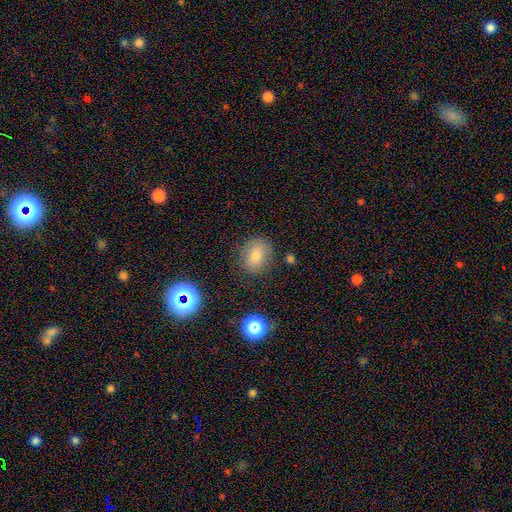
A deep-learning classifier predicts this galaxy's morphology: Smooth or featured? smooth (75%)
How rounded? round (56%)
Merging? none (81%)